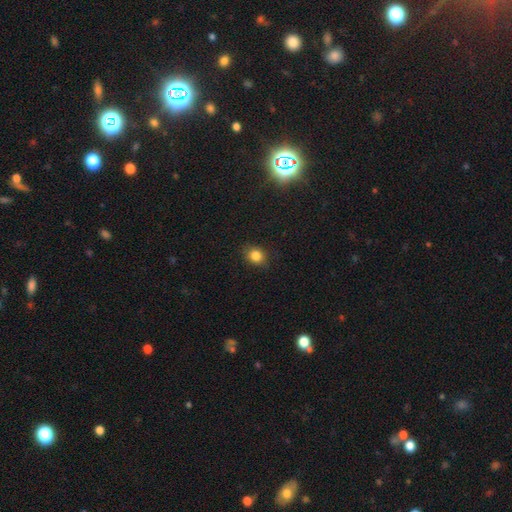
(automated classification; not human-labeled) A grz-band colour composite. It shows a smooth galaxy with no disk features (83%) that is round (59%). Merging: none (84%).